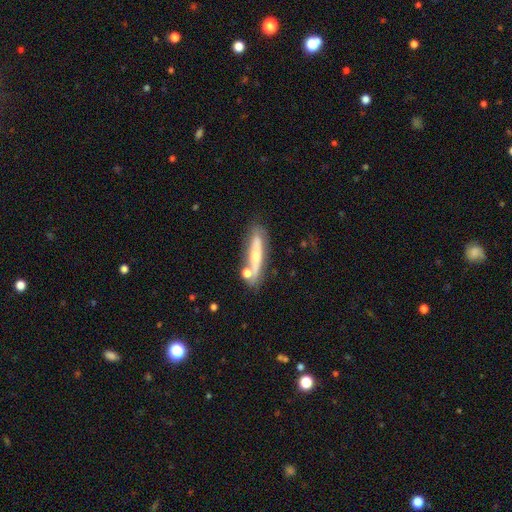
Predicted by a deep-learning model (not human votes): Smooth or featured? Predicted: featured or disk (p=0.53). Edge-on disk? Predicted: yes (p=0.63). Merging? Predicted: none (p=0.63).